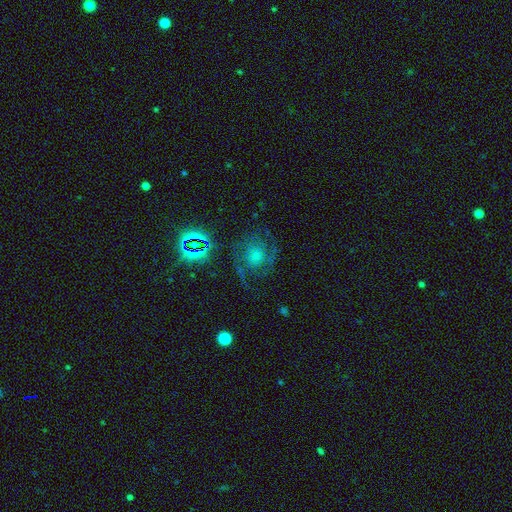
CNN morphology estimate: This is likely a featured or disk galaxy (66%). It is clearly not viewed edge-on (97%). Bar: likely no (73%). Spiral arm pattern: clearly yes (90%). Spiral arm count: likely 2 (60%). Spiral winding: possibly medium (49%). Central bulge: marginally moderate (37%). Merging: likely none (65%).